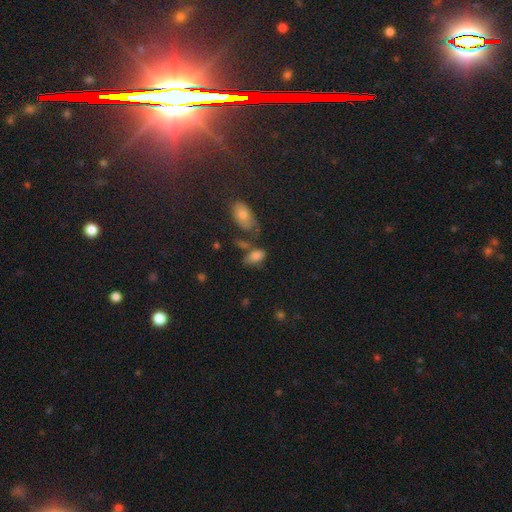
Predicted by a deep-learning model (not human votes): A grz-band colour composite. It shows a smooth galaxy with no disk features (79%) that is in between round and cigar-shaped (91%). Merging: none (44%).